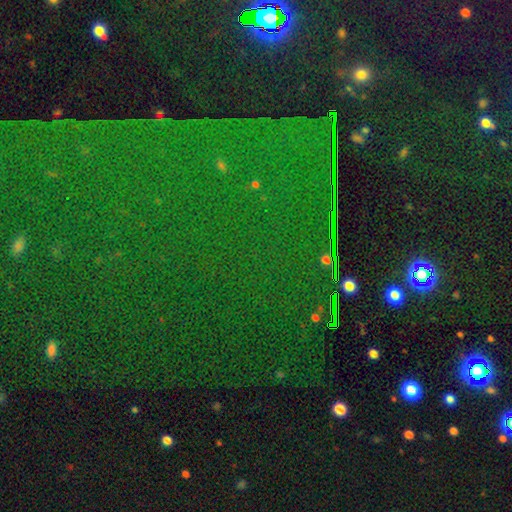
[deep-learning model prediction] A star or artifact, not a galaxy (86%).